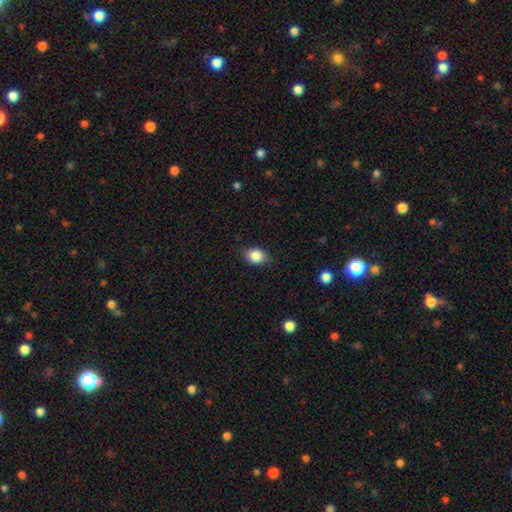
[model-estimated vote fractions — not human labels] smooth-or-featured: smooth: 85% | star or artifact: 8% | featured or disk: 7%
  how-rounded: in between: 71% | round: 27% | cigar-shaped: 1%
  merging: none: 81% | minor disturbance: 15% | major disturbance: 3% | merger: 1%